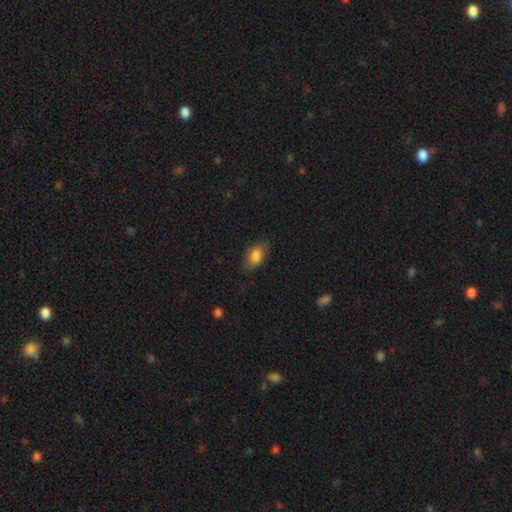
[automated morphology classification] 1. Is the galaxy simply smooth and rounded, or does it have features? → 83% smooth, 9% featured or disk, 8% star or artifact.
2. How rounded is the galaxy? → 89% in between, 8% round, 3% cigar-shaped.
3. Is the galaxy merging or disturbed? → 79% none, 16% minor disturbance, 4% major disturbance, 1% merger.